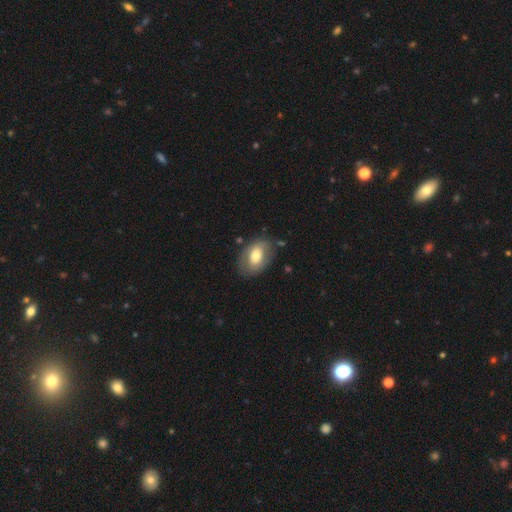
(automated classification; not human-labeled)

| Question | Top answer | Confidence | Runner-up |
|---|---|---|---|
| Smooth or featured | smooth | 58% | featured or disk (36%) |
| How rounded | in between | 84% | round (14%) |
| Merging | none | 73% | minor disturbance (18%) |